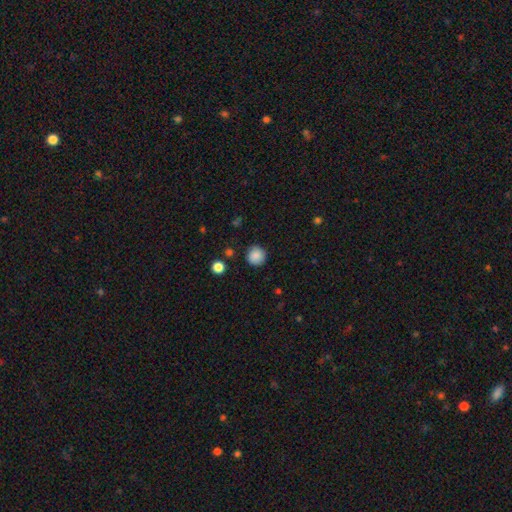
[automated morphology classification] This is clearly a smooth galaxy (87%). How rounded: clearly round (93%). Merging: clearly none (87%).